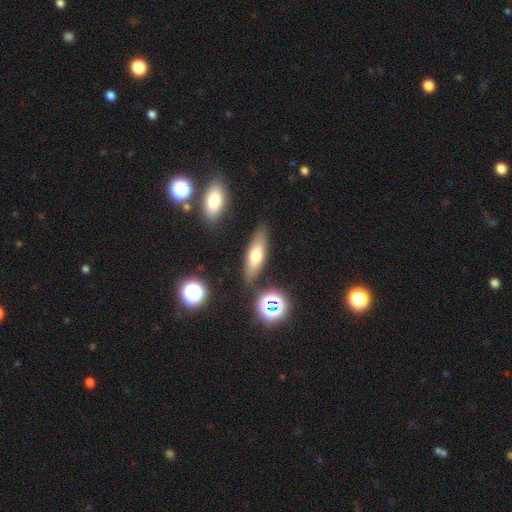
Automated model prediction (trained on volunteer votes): Smooth or featured?
  - smooth: 62% *
  - featured or disk: 28%
  - star or artifact: 9%
How rounded?
  - cigar-shaped: 50% *
  - in between: 47%
  - round: 3%
Merging?
  - none: 82% *
  - minor disturbance: 11%
  - merger: 4%
  - major disturbance: 3%